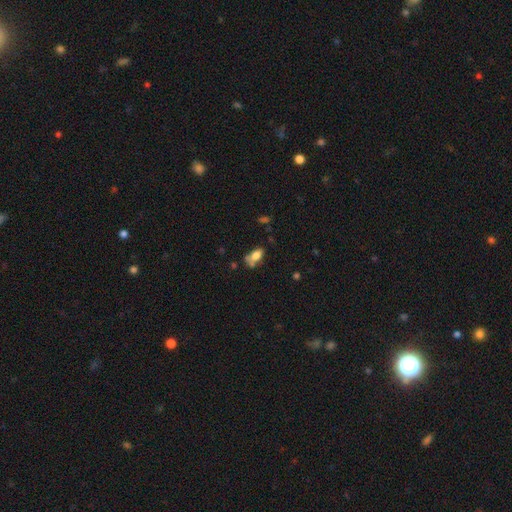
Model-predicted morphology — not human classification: This appears to be a smooth galaxy with no disk features (72%) that is in between round and cigar-shaped (88%). Merging: none (37%).